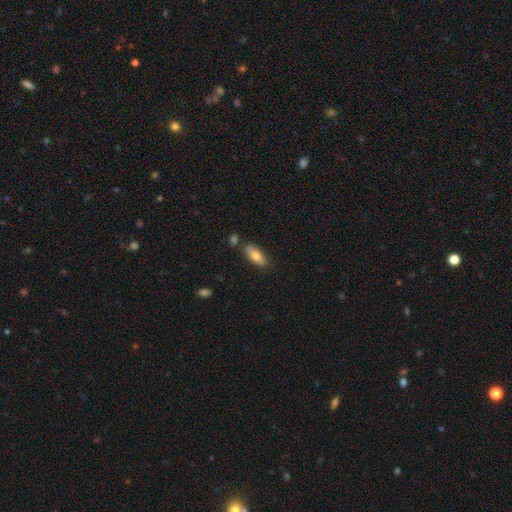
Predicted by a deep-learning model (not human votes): smooth_or_featured: smooth (p=0.77) [alt: featured or disk p=0.17]
how_rounded: in between (p=0.77) [alt: cigar-shaped p=0.21]
merging: none (p=0.79) [alt: minor disturbance p=0.12]